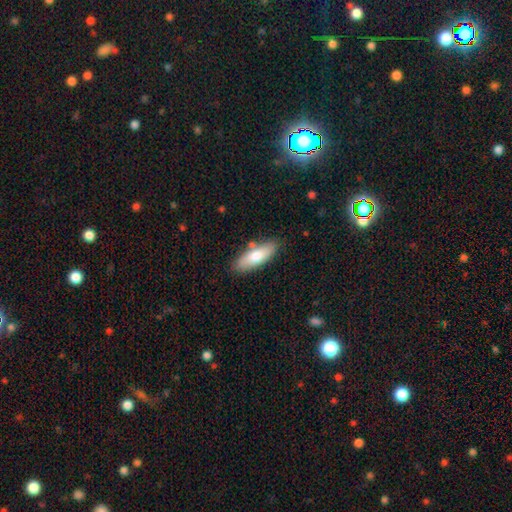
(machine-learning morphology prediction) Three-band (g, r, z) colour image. It shows a smooth galaxy with no disk features (75%) that is in between round and cigar-shaped (61%). Merging: none (81%).